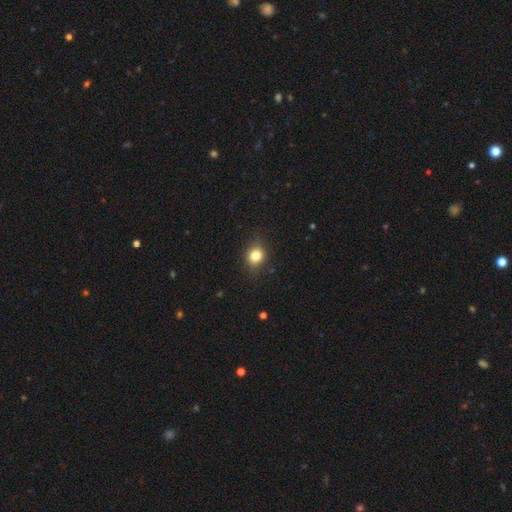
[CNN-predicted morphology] Overall: smooth (79%). How rounded: round (64%; in between 34%). Merging: none (82%).